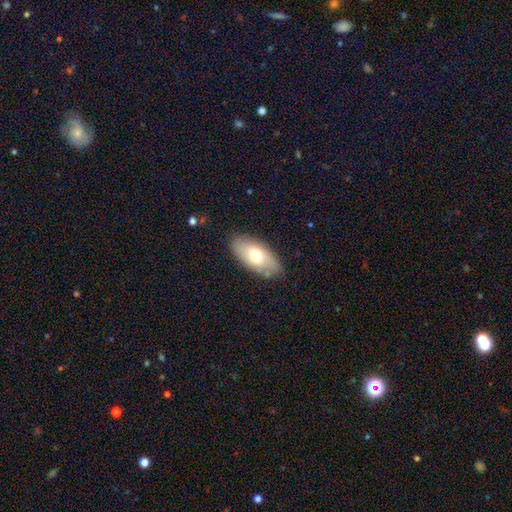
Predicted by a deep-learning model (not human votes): Overall: smooth (69%). How rounded: in between (91%). Merging: none (82%).